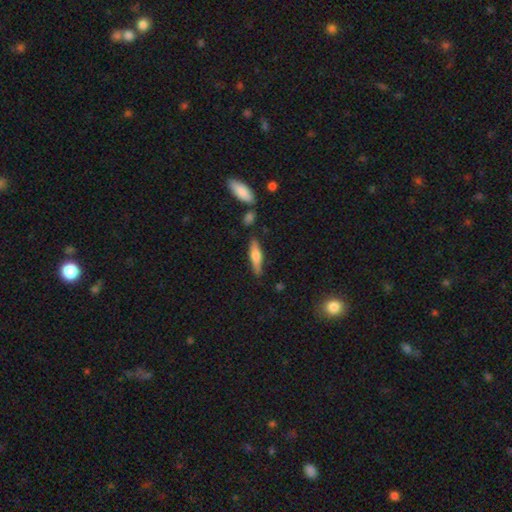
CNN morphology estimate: Smooth or featured? Predicted: smooth (p=0.56). How rounded? Predicted: cigar-shaped (p=0.70). Merging? Predicted: none (p=0.80).